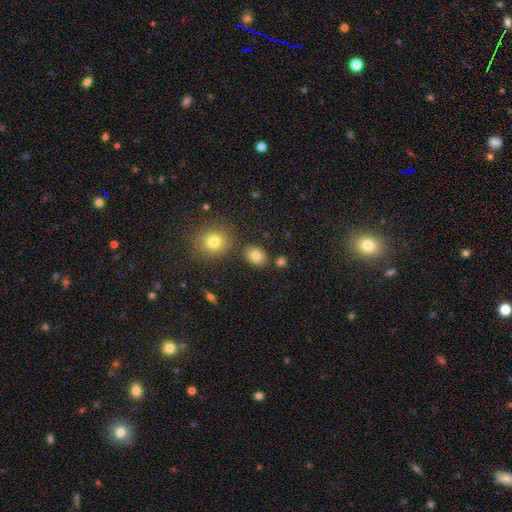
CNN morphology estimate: Q: Smooth or featured?
A: smooth (81%); runner-up: star or artifact (11%)
Q: How rounded?
A: in between (50%); runner-up: round (49%)
Q: Merging?
A: none (82%); runner-up: minor disturbance (9%)